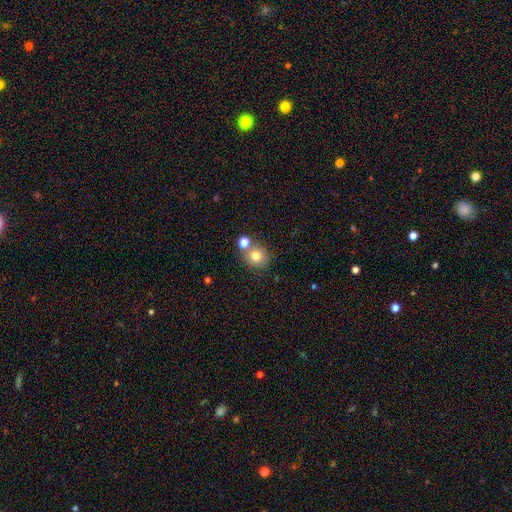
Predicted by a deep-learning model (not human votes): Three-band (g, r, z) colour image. It shows a smooth galaxy with no disk features (78%) that is round (84%). Merging: none (66%).